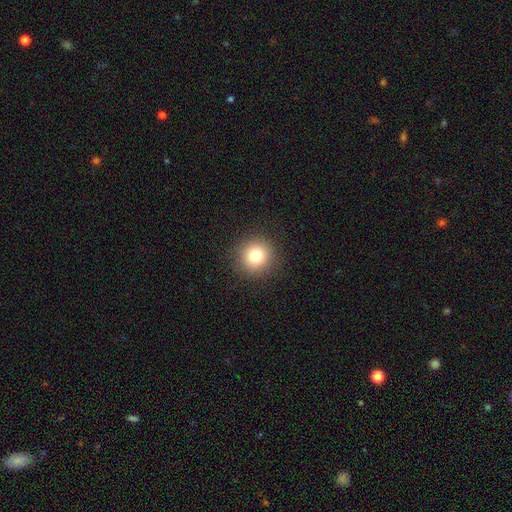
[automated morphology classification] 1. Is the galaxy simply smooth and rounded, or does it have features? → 81% smooth, 12% star or artifact, 8% featured or disk.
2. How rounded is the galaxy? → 93% round, 6% in between, 1% cigar-shaped.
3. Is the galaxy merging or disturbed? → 91% none, 6% minor disturbance, 2% major disturbance, 1% merger.